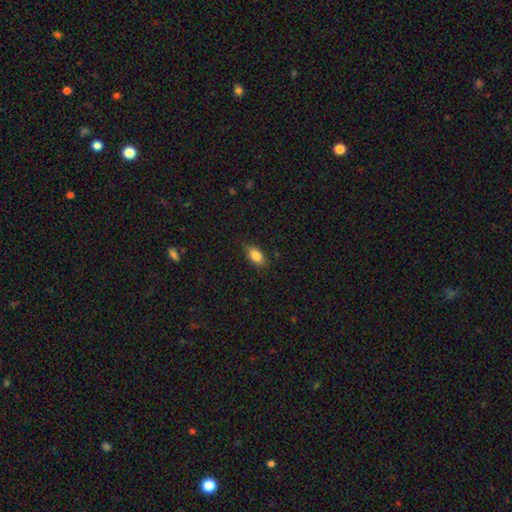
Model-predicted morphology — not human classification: This is clearly a smooth galaxy (84%). How rounded: clearly in between (89%). Merging: clearly none (84%).